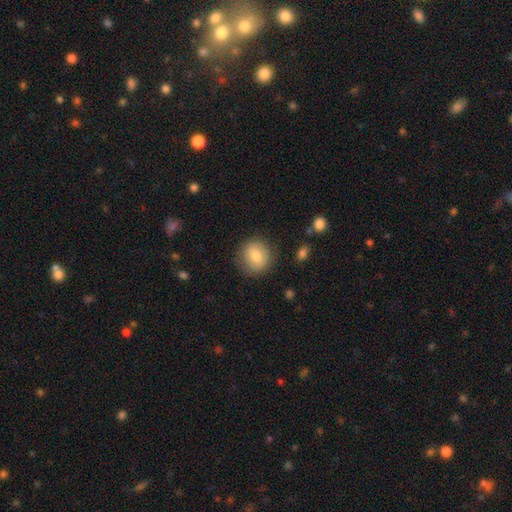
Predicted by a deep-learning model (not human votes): This appears to be a smooth galaxy with no disk features (78%) that is round (87%). Merging: none (83%).